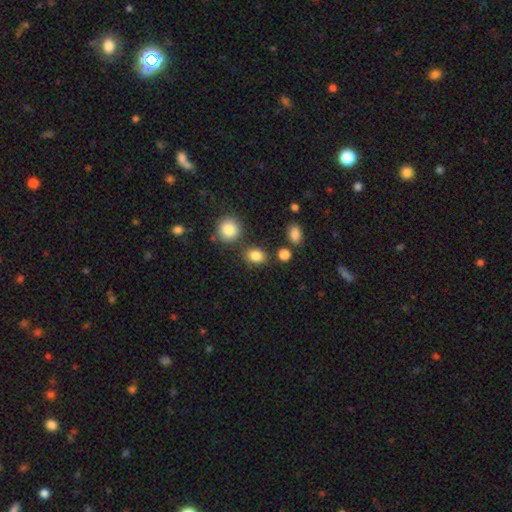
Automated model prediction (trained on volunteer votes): This appears to be a smooth galaxy with no disk features (84%) that is in between round and cigar-shaped (59%). Merging: none (77%).